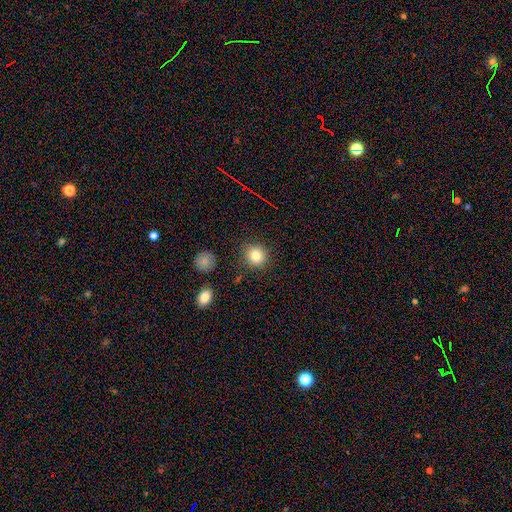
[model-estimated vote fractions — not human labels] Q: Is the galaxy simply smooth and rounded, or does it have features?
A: smooth — 81%.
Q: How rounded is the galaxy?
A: round — 91%.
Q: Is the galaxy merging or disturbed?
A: none — 87%.